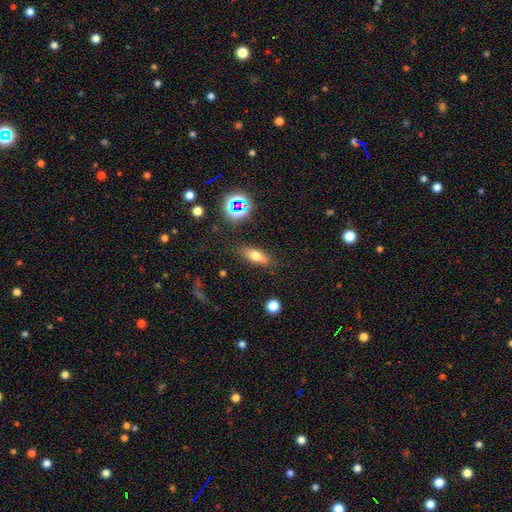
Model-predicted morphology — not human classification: Smooth or featured? smooth (63%)
How rounded? in between (64%)
Merging? none (79%)